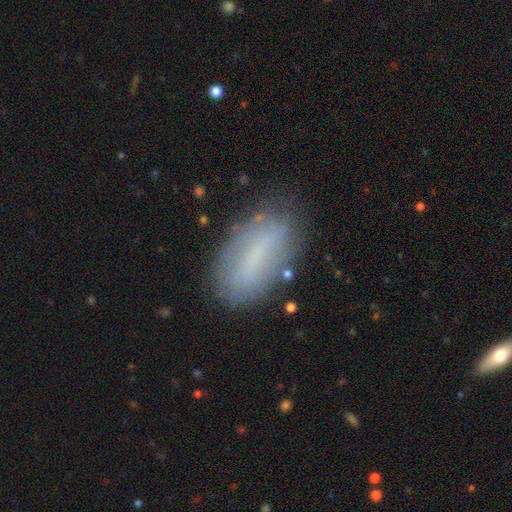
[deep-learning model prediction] The model was most divided on "smooth or featured": smooth: 59%, featured or disk: 32%, star or artifact: 9%. More confident: how rounded — in between (86%); merging — none (74%).